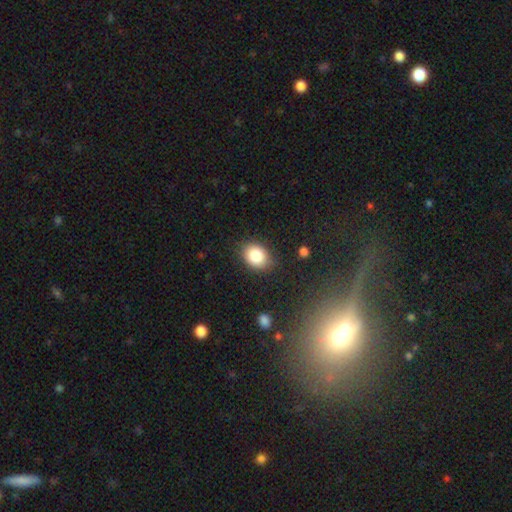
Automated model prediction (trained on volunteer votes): Q: Smooth or featured?
A: smooth (86%); runner-up: star or artifact (8%)
Q: How rounded?
A: in between (65%); runner-up: round (34%)
Q: Merging?
A: none (83%); runner-up: minor disturbance (12%)